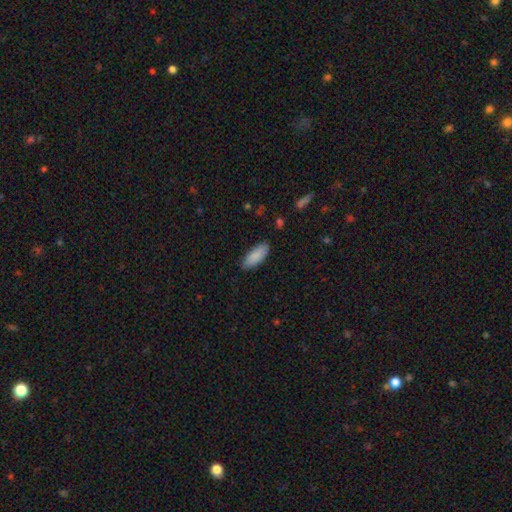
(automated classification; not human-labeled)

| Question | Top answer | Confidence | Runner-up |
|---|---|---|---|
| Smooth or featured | smooth | 88% | featured or disk (6%) |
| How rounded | in between | 78% | cigar-shaped (20%) |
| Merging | none | 86% | minor disturbance (11%) |